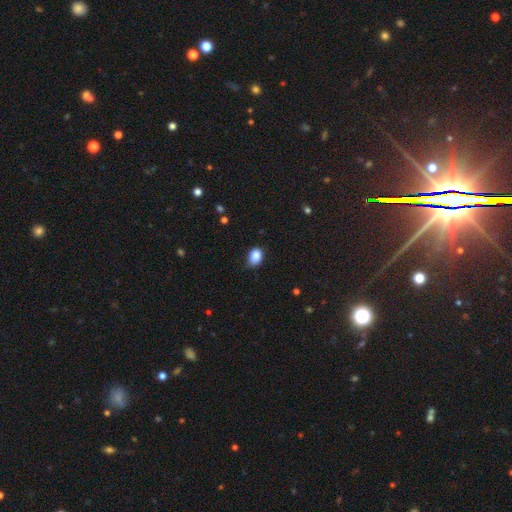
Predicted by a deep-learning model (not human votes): Overall: smooth (87%). How rounded: in between (70%). Merging: none (65%; minor disturbance 29%).